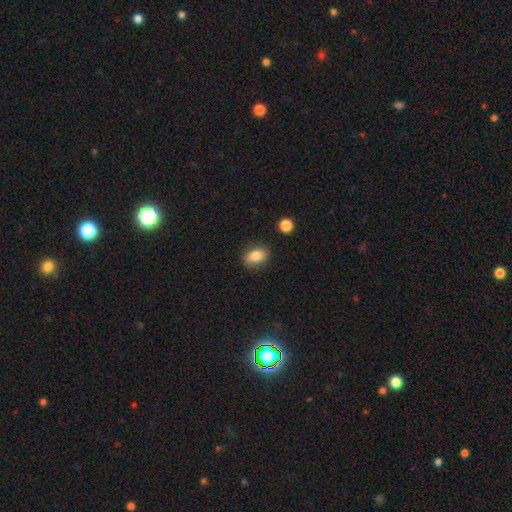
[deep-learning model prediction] Smooth or featured? Predicted: smooth (p=0.84). How rounded? Predicted: in between (p=0.80). Merging? Predicted: none (p=0.83).